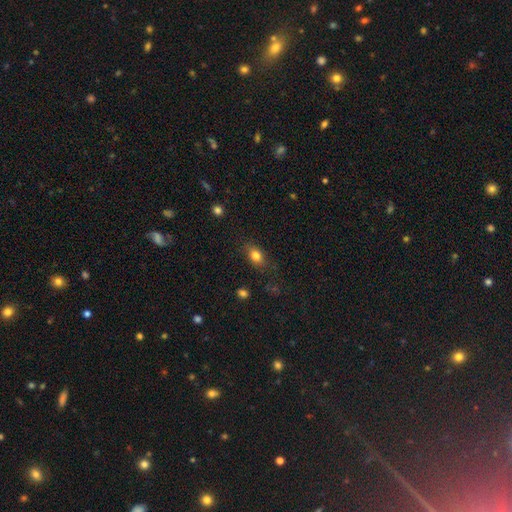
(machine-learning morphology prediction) Overall: smooth (82%). How rounded: in between (76%). Merging: none (77%).